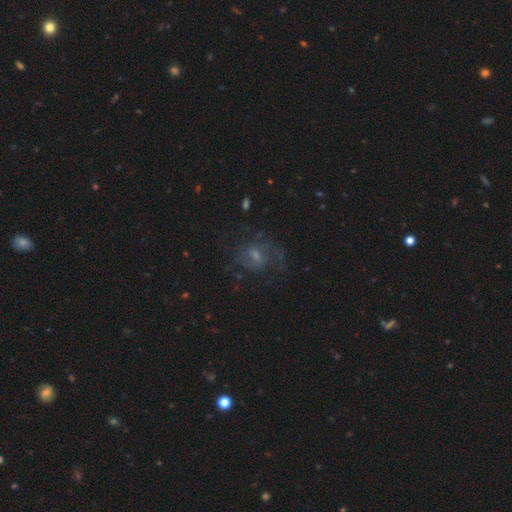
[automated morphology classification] Smooth or featured? featured or disk (58%)
Edge-on disk? no (96%)
Bar? no (48%)
Spiral arms? yes (77%)
Bulge size? small (44%)
Merging? none (57%)